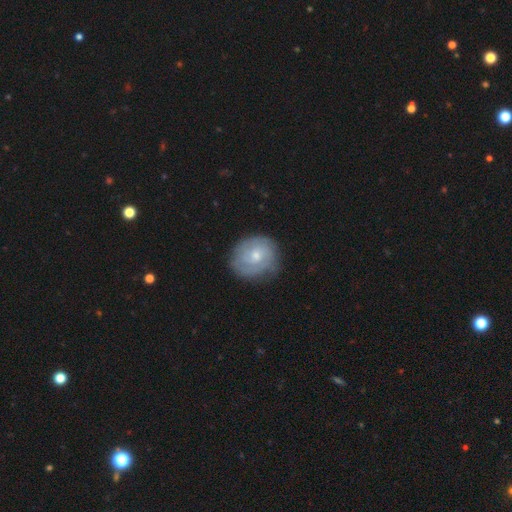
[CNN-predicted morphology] Q: Smooth or featured?
A: featured or disk (63%); runner-up: smooth (31%)
Q: Edge-on disk?
A: no (97%); runner-up: yes (3%)
Q: Bar?
A: no (73%); runner-up: weak (24%)
Q: Spiral arms?
A: yes (85%); runner-up: no (15%)
Q: Spiral winding?
A: tight (67%); runner-up: medium (25%)
Q: Spiral arm count?
A: can't tell (43%); runner-up: 2 (28%)
Q: Bulge size?
A: small (50%); runner-up: moderate (45%)
Q: Merging?
A: none (75%); runner-up: minor disturbance (18%)